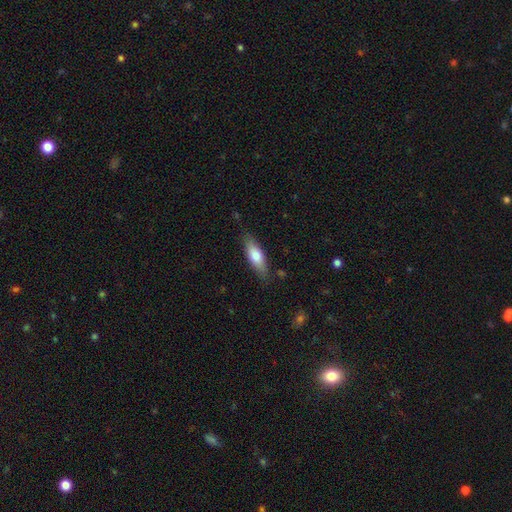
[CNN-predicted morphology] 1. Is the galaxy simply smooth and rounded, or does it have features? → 68% smooth, 27% featured or disk, 6% star or artifact.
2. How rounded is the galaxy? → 54% in between, 43% cigar-shaped, 2% round.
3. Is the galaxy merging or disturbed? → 81% none, 14% minor disturbance, 3% major disturbance, 2% merger.